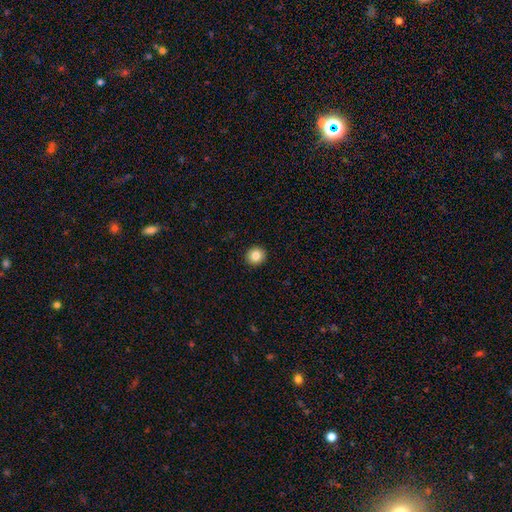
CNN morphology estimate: This is clearly a smooth galaxy (84%). How rounded: clearly round (91%). Merging: clearly none (93%).